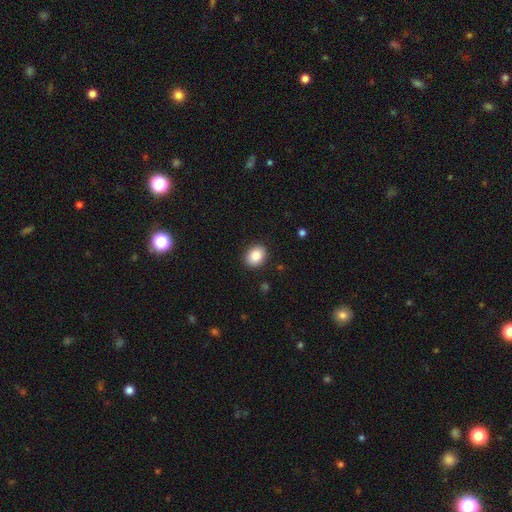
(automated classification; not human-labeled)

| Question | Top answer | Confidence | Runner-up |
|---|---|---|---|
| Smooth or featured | smooth | 88% | star or artifact (8%) |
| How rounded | in between | 56% | round (43%) |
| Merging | none | 89% | minor disturbance (8%) |